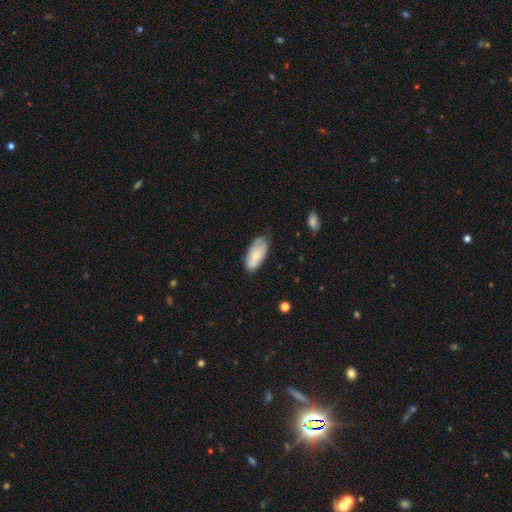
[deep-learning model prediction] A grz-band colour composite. It shows a smooth galaxy with no disk features (70%) that is in between round and cigar-shaped (87%). Merging: none (63%).